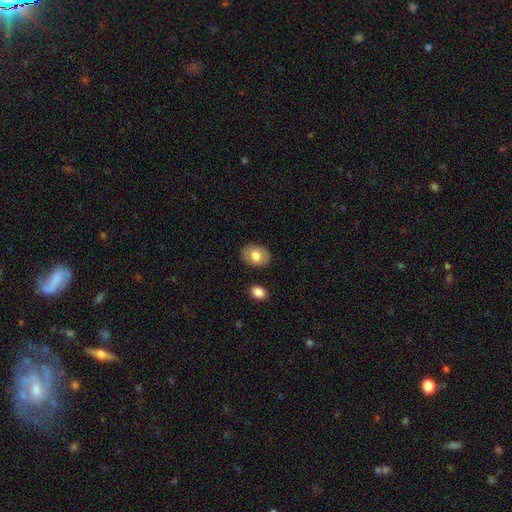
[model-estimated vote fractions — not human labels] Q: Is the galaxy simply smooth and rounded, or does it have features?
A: smooth — 76%.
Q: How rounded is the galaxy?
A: in between — 72%.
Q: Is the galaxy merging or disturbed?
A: none — 86%.